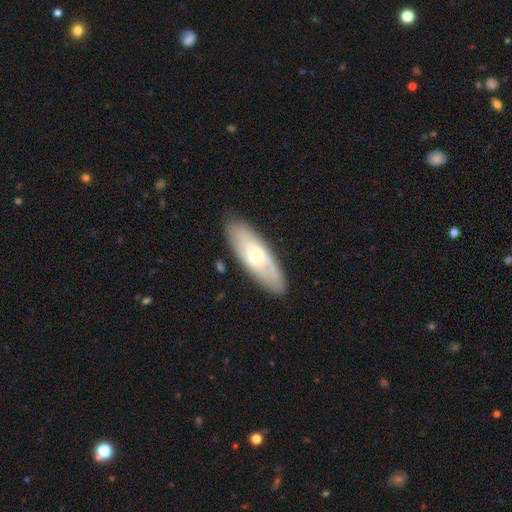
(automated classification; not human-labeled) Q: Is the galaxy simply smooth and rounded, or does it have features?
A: featured or disk — 49%.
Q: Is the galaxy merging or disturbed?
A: none — 85%.